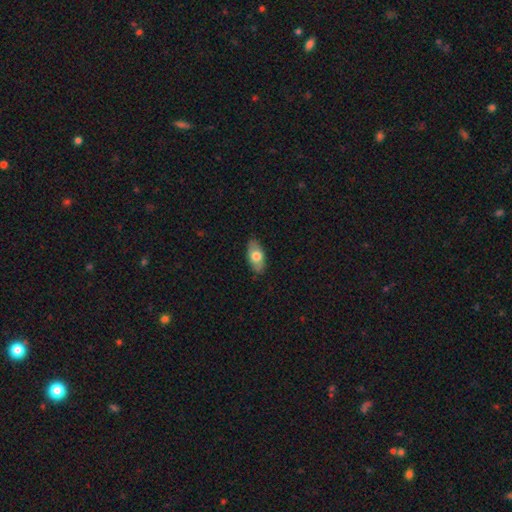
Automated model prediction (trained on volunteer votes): A smooth galaxy with no disk features (71%) that is in between round and cigar-shaped (91%). Merging: none (86%).